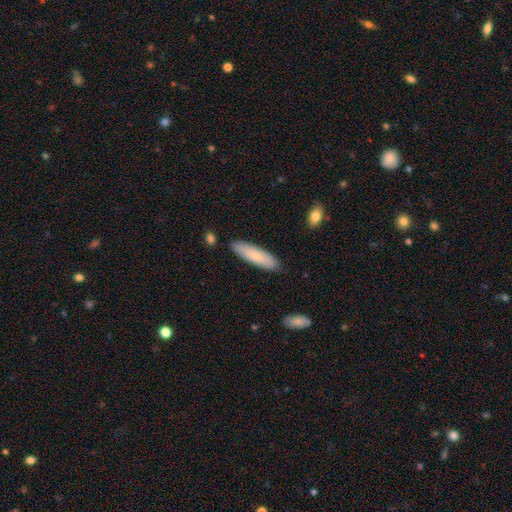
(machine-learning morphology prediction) smooth 76%, featured or disk 19%, star or artifact 6%. Down the decision tree: how rounded — cigar-shaped (67%); merging — none (87%).